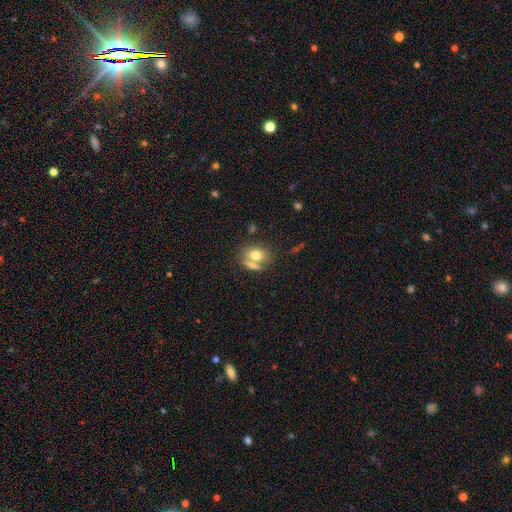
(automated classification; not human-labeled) Morphology: type=smooth (72%); roundness=in between (64%); merging=none (49%).